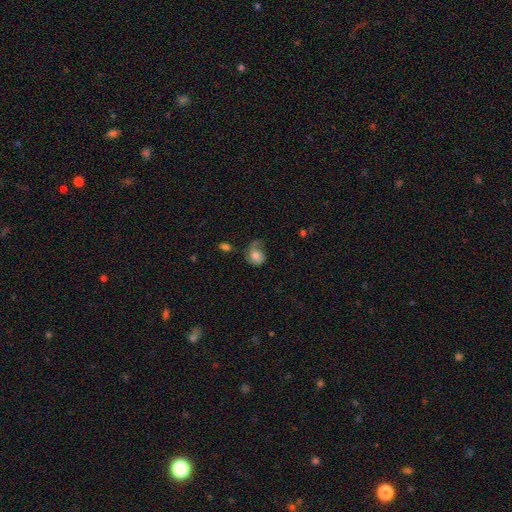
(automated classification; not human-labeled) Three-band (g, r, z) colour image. It shows a smooth galaxy with no disk features (61%) that is round (50%). Merging: none (35%).